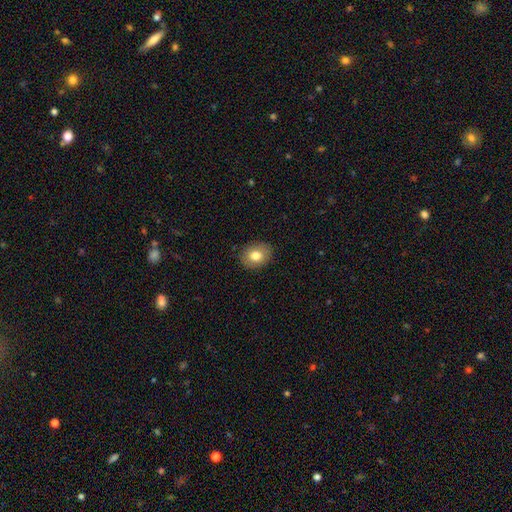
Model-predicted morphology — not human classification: smooth 79%, featured or disk 13%, star or artifact 8%. Down the decision tree: how rounded — in between (58%); merging — none (88%).